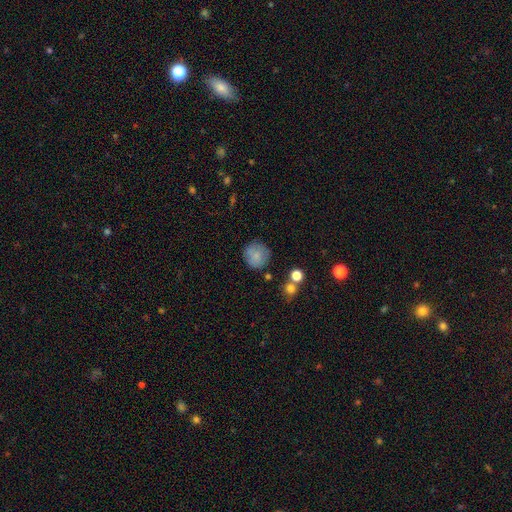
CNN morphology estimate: smooth_or_featured: smooth (p=0.81) [alt: featured or disk p=0.10]
how_rounded: round (p=0.93) [alt: in between p=0.06]
merging: none (p=0.78) [alt: minor disturbance p=0.14]